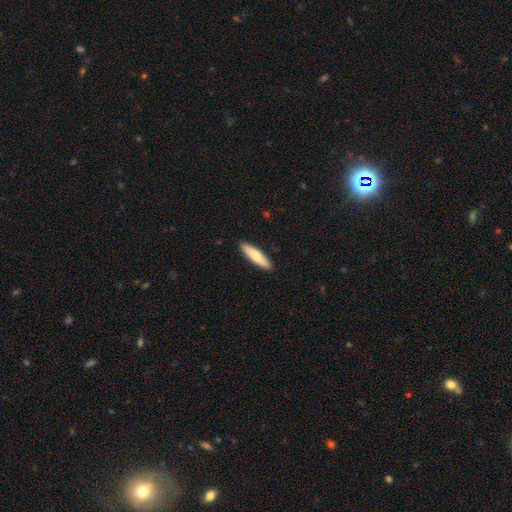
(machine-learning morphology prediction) Smooth or featured? Predicted: smooth (p=0.75). How rounded? Predicted: cigar-shaped (p=0.76). Merging? Predicted: none (p=0.91).